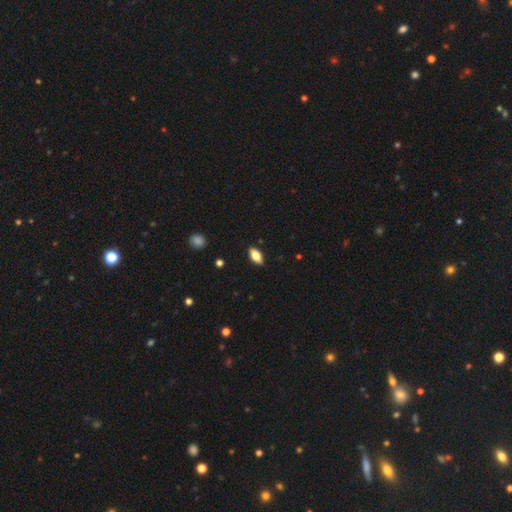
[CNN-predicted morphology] Overall: smooth (77%). How rounded: in between (89%). Merging: none (88%).